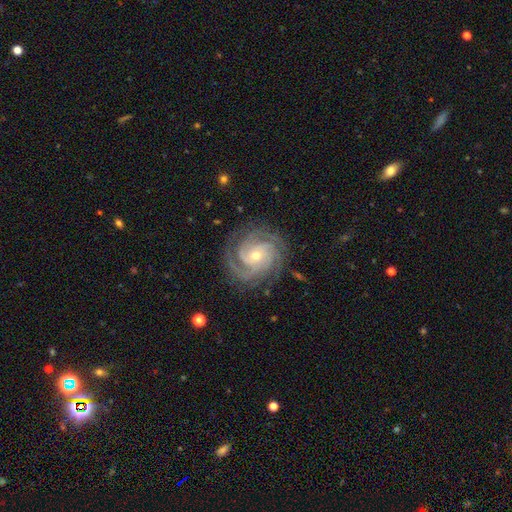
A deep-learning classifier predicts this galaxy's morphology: smooth-or-featured: featured or disk: 92% | star or artifact: 5% | smooth: 3%
  disk-edge-on: no: 98% | yes: 2%
    bar: no: 64% | weak: 26% | strong: 10%
    has-spiral-arms: yes: 99% | no: 1%
      spiral-winding: tight: 76% | medium: 22% | loose: 2%
      spiral-arm-count: 3: 35% | 4: 28% | 2: 11% | can't tell: 11% | more than 4: 8% | 1: 6%
    bulge-size: small: 58% | moderate: 39% | large: 1% | none: 1% | dominant: 1%
  merging: none: 81% | minor disturbance: 13% | major disturbance: 4% | merger: 1%